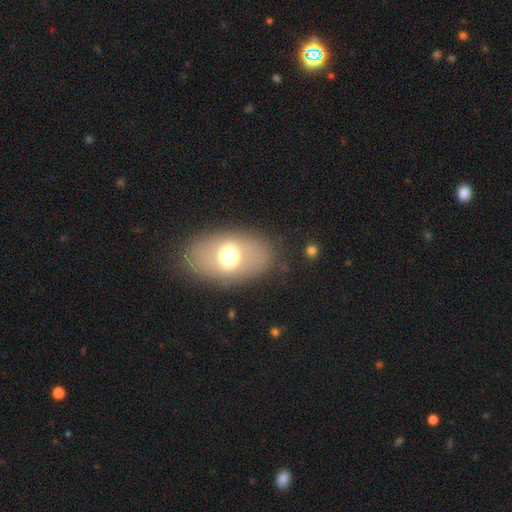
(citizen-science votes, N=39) smooth_or_featured: smooth (p=0.56) [alt: featured or disk p=0.36]
how_rounded: in between (p=0.91) [alt: round p=0.09]
merging: none (p=0.89) [alt: minor disturbance p=0.06]